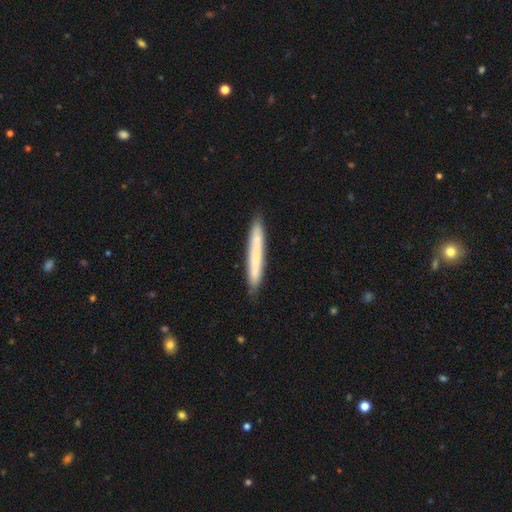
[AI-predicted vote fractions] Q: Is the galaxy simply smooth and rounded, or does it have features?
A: smooth — 66%.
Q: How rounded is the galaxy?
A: cigar-shaped — 96%.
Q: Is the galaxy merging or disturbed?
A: none — 87%.